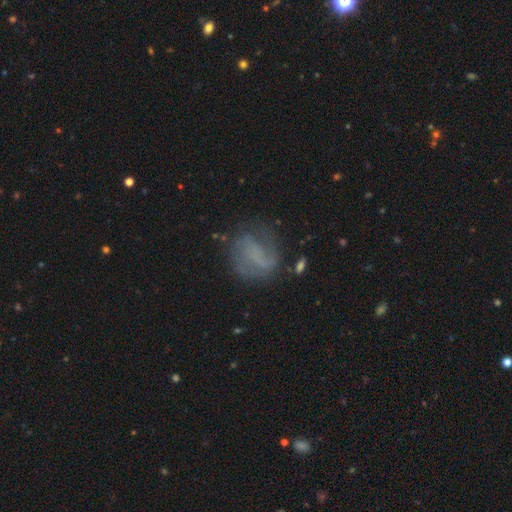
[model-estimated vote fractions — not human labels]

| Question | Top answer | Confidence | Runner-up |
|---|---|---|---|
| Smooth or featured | featured or disk | 59% | smooth (29%) |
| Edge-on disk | no | 97% | yes (3%) |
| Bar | no | 49% | weak (34%) |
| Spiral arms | yes | 76% | no (24%) |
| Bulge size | none | 72% | small (17%) |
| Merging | none | 59% | minor disturbance (21%) |